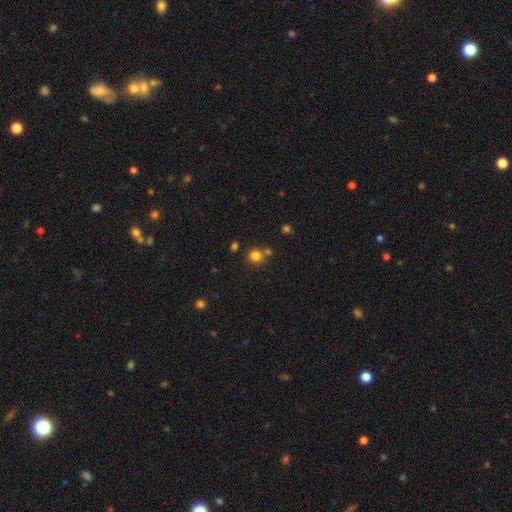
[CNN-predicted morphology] Q: Smooth or featured?
A: smooth (80%); runner-up: star or artifact (14%)
Q: How rounded?
A: round (89%); runner-up: in between (10%)
Q: Merging?
A: none (71%); runner-up: merger (17%)